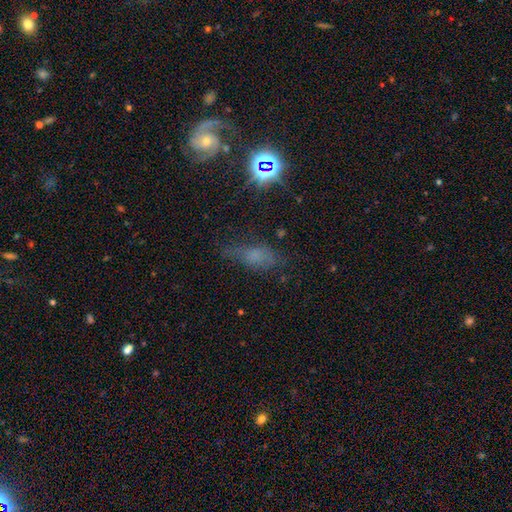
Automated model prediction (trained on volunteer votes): The model was most divided on "smooth or featured": smooth: 45%, featured or disk: 29%, star or artifact: 27%. More confident: merging — none (54%).